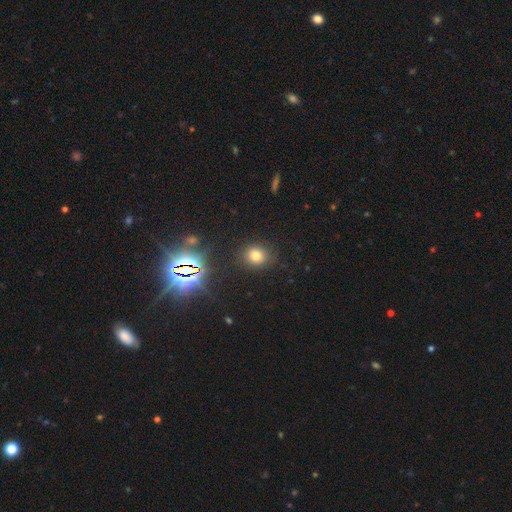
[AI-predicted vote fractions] smooth_or_featured: smooth (p=0.71) [alt: star or artifact p=0.20]
how_rounded: round (p=0.73) [alt: in between p=0.26]
merging: none (p=0.84) [alt: minor disturbance p=0.10]